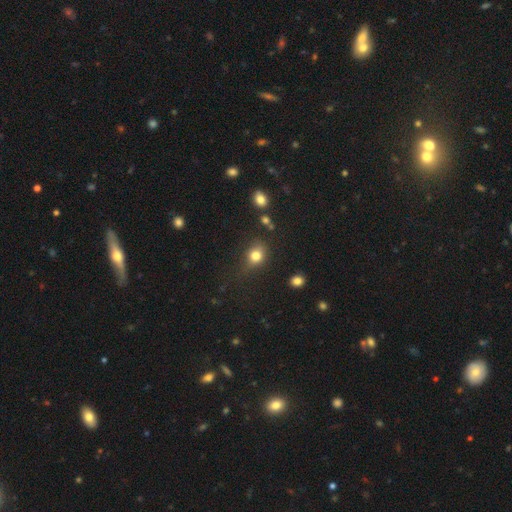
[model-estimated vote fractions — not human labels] Smooth or featured? smooth (79%)
How rounded? round (56%)
Merging? none (64%)